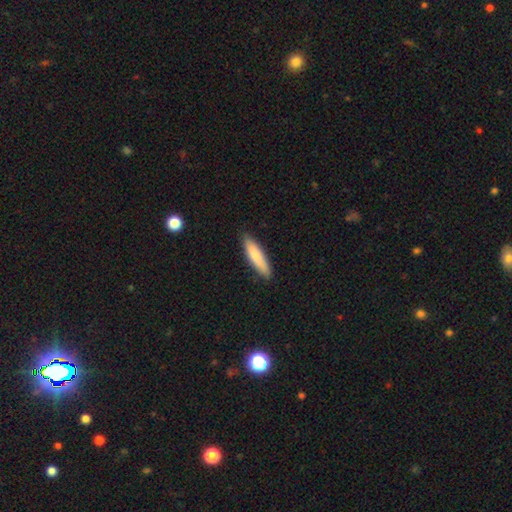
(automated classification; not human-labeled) This appears to be a smooth galaxy with no disk features (82%) that is cigar-shaped (75%). Merging: none (87%).